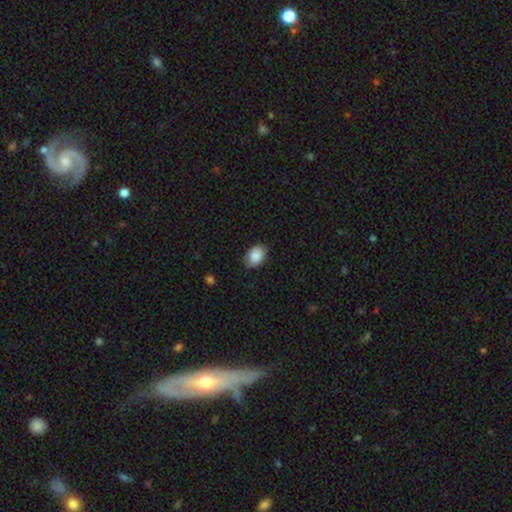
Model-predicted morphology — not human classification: Smooth or featured? Predicted: smooth (p=0.88). How rounded? Predicted: in between (p=0.82). Merging? Predicted: none (p=0.85).